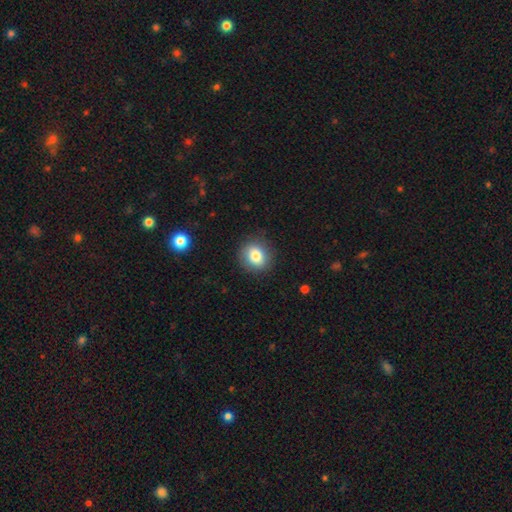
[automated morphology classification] This appears to be a smooth galaxy with no disk features (81%) that is round (80%). Merging: none (87%).